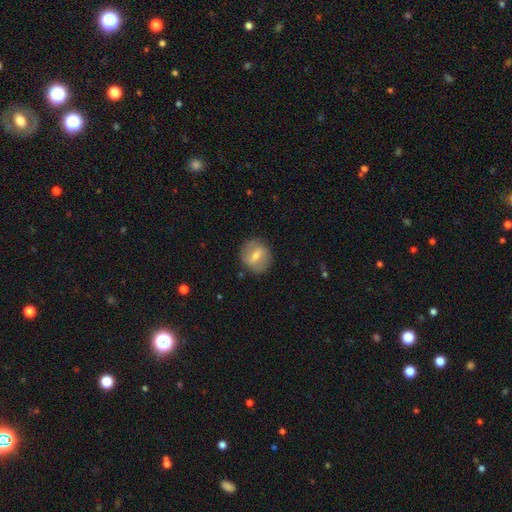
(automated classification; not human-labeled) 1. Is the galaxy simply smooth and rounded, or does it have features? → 49% featured or disk, 42% smooth, 9% star or artifact.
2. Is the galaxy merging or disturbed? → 83% none, 11% minor disturbance, 4% major disturbance, 1% merger.